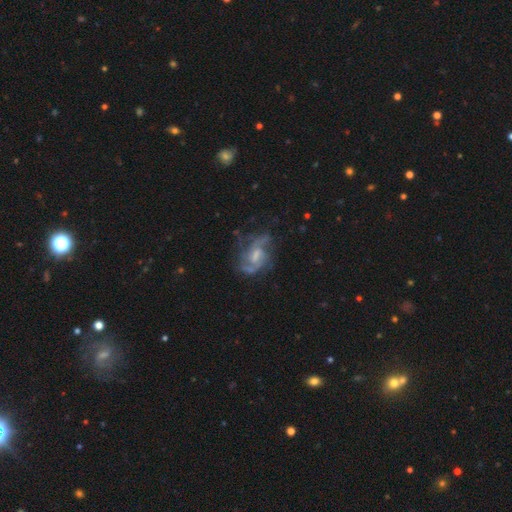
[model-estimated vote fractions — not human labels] Smooth or featured?
  - featured or disk: 81% *
  - smooth: 11%
  - star or artifact: 8%
Edge-on disk?
  - no: 97% *
  - yes: 3%
Bar?
  - weak: 52% *
  - no: 35%
  - strong: 13%
Spiral arms?
  - yes: 90% *
  - no: 10%
Spiral winding?
  - medium: 50% *
  - loose: 25%
  - tight: 25%
Spiral arm count?
  - 2: 47% *
  - can't tell: 21%
  - 3: 19%
  - 4: 5%
  - 1: 5%
  - more than 4: 3%
Bulge size?
  - moderate: 42% *
  - small: 35%
  - none: 17%
  - large: 6%
  - dominant: 1%
Merging?
  - none: 53% *
  - minor disturbance: 22%
  - major disturbance: 21%
  - merger: 3%